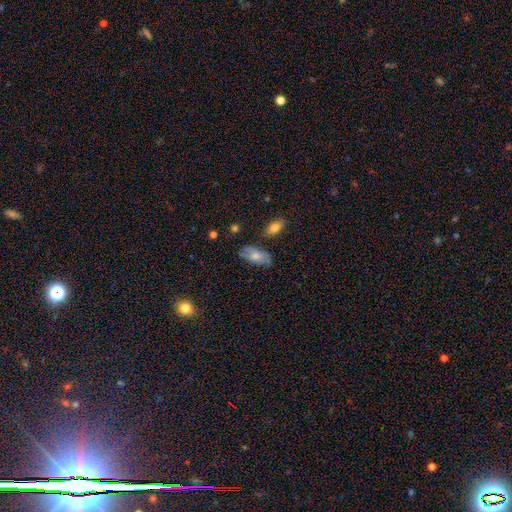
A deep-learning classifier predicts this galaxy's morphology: The model was most divided on "smooth or featured": smooth: 66%, featured or disk: 27%, star or artifact: 7%. More confident: how rounded — in between (91%); merging — none (66%).